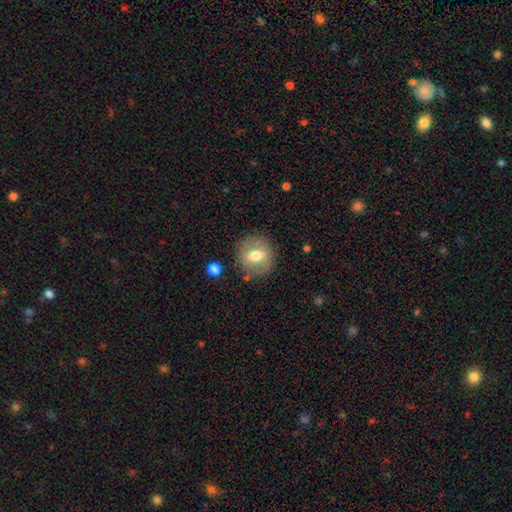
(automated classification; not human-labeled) Morphology: type=smooth (59%); roundness=round (81%); merging=none (83%).